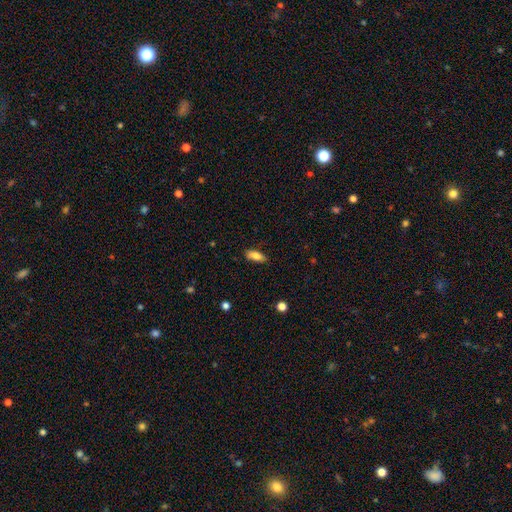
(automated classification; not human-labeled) This is likely a smooth galaxy (79%). How rounded: likely in between (76%). Merging: likely none (79%).